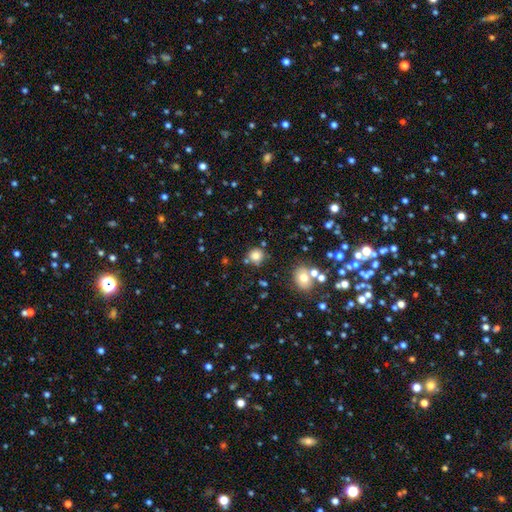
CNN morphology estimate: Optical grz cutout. It shows a smooth galaxy with no disk features (79%) that is round (89%). Merging: none (76%).